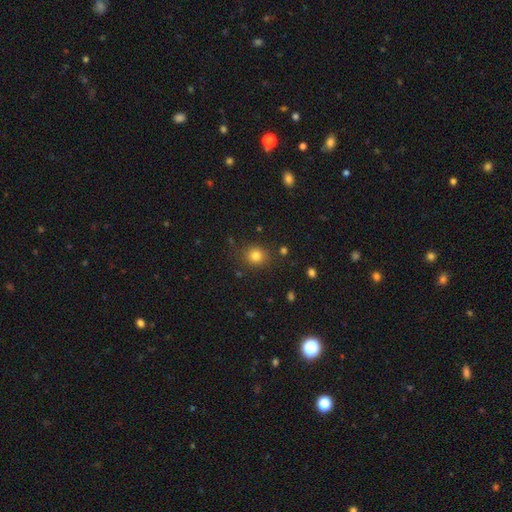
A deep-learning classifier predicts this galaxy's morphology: smooth_or_featured: smooth (p=0.81) [alt: star or artifact p=0.13]
how_rounded: round (p=0.81) [alt: in between p=0.18]
merging: none (p=0.85) [alt: minor disturbance p=0.09]